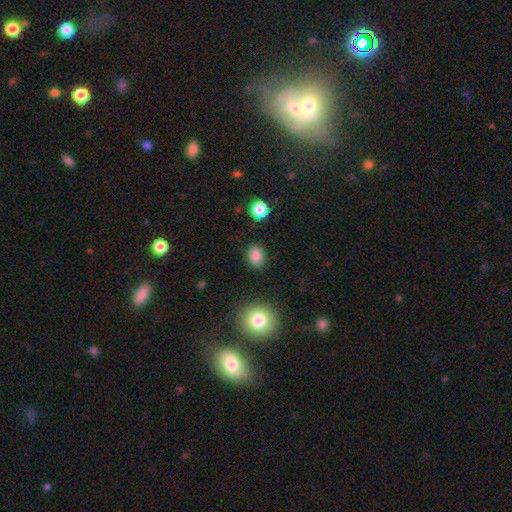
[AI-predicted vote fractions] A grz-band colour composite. It shows a smooth galaxy with no disk features (86%) that is in between round and cigar-shaped (56%). Merging: none (87%).